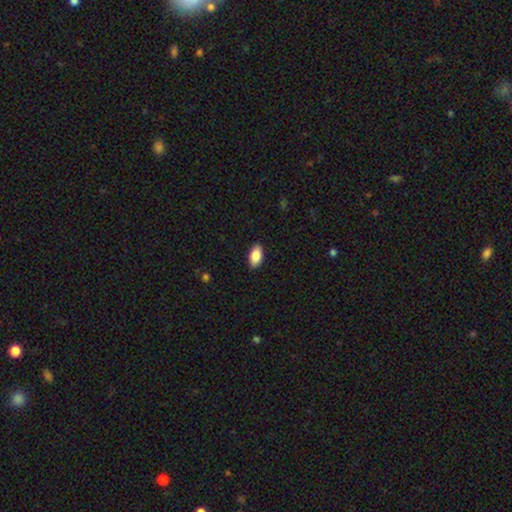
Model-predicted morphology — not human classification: Smooth or featured? smooth (88%)
How rounded? in between (94%)
Merging? none (88%)